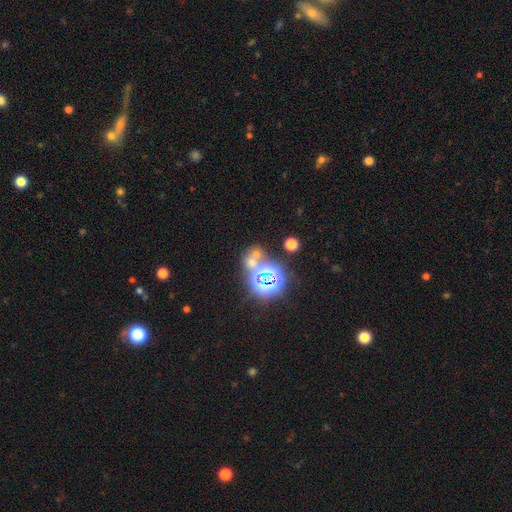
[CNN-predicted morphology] A star or artifact, not a galaxy (56%).